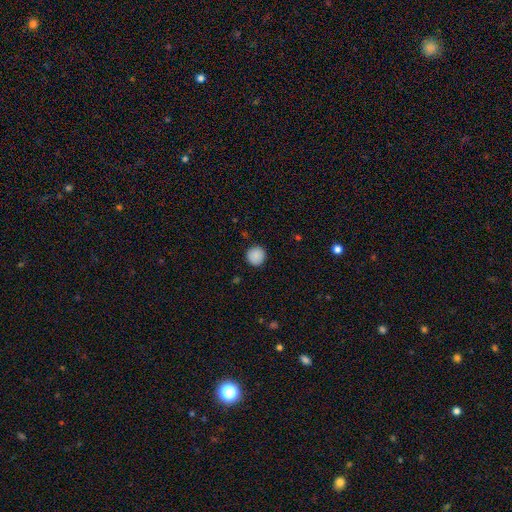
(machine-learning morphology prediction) smooth 89%, star or artifact 8%, featured or disk 3%. Down the decision tree: how rounded — round (94%); merging — none (90%).